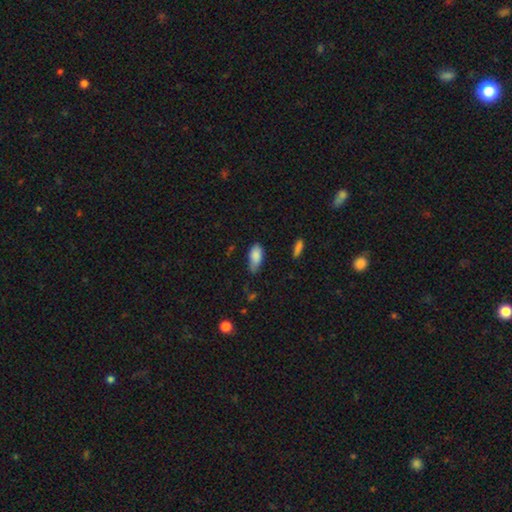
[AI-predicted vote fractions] This is clearly a smooth galaxy (85%). How rounded: clearly in between (87%). Merging: possibly none (47%).